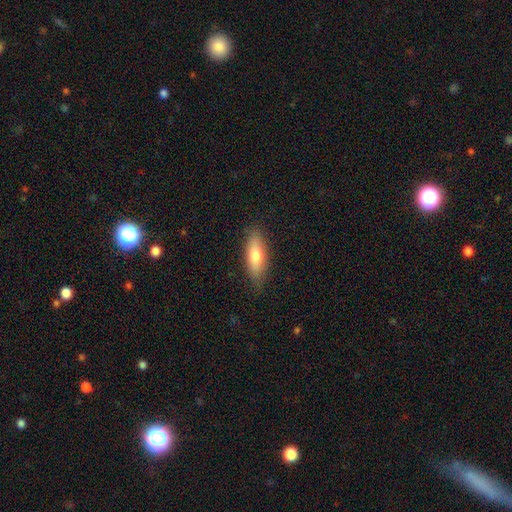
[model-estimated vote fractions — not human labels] A smooth galaxy with no disk features (69%) that is in between round and cigar-shaped (52%). Merging: none (85%).